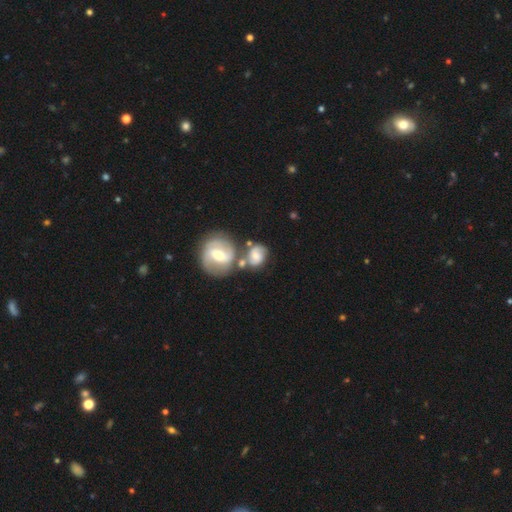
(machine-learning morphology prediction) This appears to be a featured or disk galaxy (56%) with no bar (44%), spiral arms (86%) and a moderate central bulge (61%). Merging: none (46%).